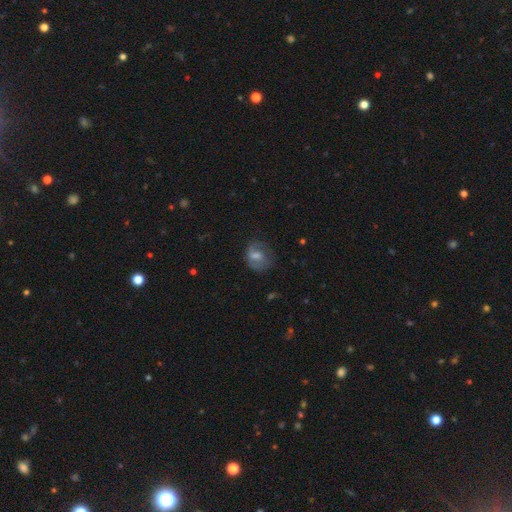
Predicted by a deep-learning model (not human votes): A smooth galaxy with no disk features (47%). Merging: none (62%).